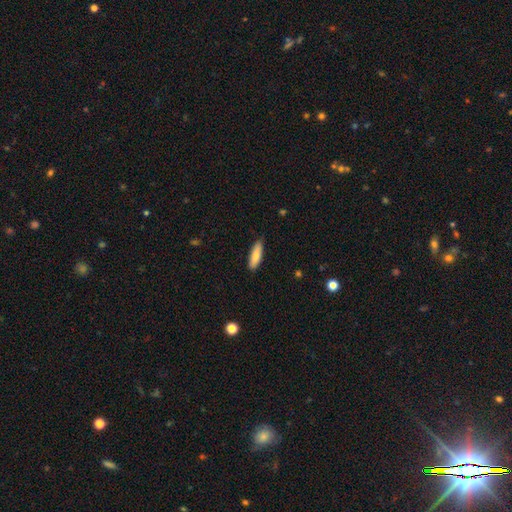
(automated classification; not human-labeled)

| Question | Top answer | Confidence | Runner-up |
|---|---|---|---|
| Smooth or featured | smooth | 83% | featured or disk (11%) |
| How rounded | cigar-shaped | 52% | in between (46%) |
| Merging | none | 85% | minor disturbance (12%) |